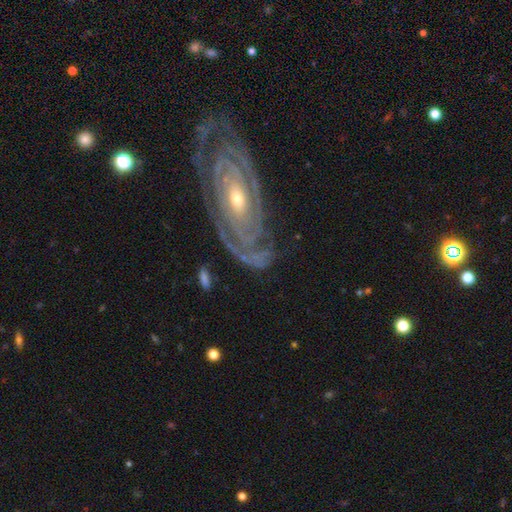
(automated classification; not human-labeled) Smooth or featured? featured or disk (88%)
Edge-on disk? no (95%)
Bar? no (63%)
Spiral arms? yes (96%)
Spiral winding? tight (79%)
Spiral arm count? 2 (40%)
Bulge size? small (53%)
Merging? none (74%)